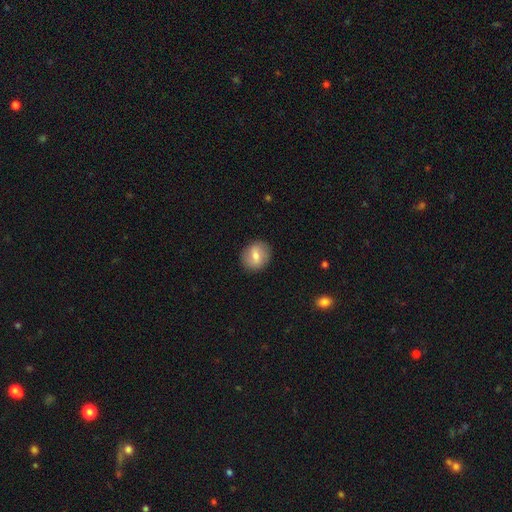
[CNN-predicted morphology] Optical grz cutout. It shows a smooth galaxy with no disk features (63%) that is round (74%). Merging: none (88%).